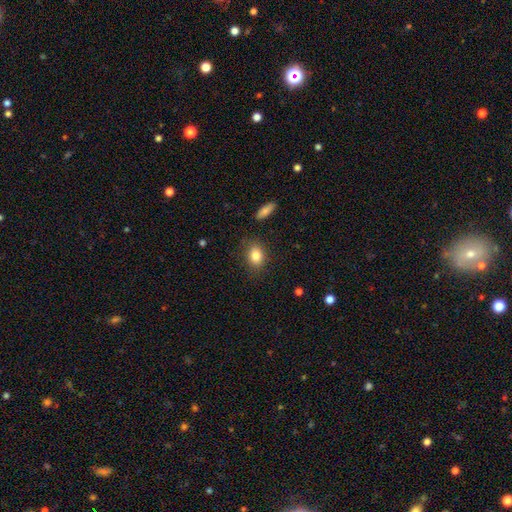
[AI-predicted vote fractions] This appears to be a smooth galaxy with no disk features (83%) that is in between round and cigar-shaped (66%). Merging: none (82%).